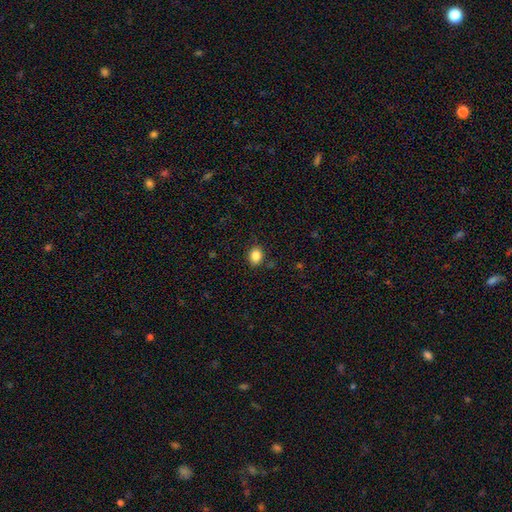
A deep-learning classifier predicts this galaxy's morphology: type=smooth (85%); roundness=round (50%); merging=none (85%).